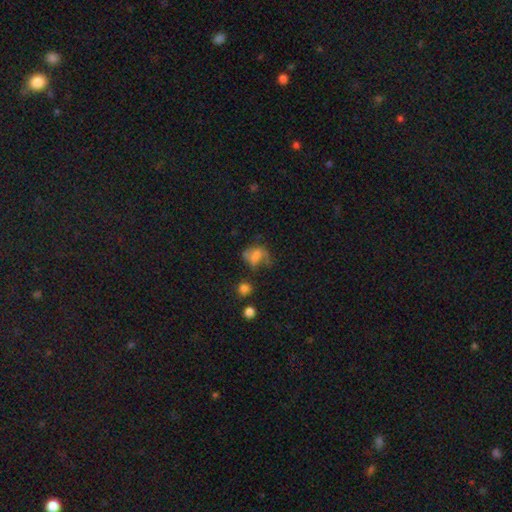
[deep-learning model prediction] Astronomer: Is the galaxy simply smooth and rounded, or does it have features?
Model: smooth — 52% (runner-up: featured or disk, 34%).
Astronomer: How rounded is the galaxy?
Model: in between — 63%.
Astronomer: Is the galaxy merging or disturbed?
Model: major disturbance — 34% (runner-up: none, 31%).